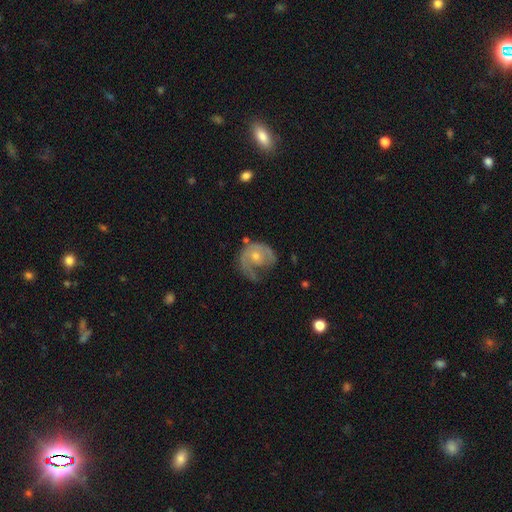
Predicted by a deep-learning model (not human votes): Q: Smooth or featured?
A: featured or disk (72%); runner-up: smooth (21%)
Q: Edge-on disk?
A: no (97%); runner-up: yes (3%)
Q: Bar?
A: no (79%); runner-up: weak (18%)
Q: Spiral arms?
A: yes (78%); runner-up: no (22%)
Q: Spiral winding?
A: tight (45%); runner-up: medium (34%)
Q: Spiral arm count?
A: 1 (58%); runner-up: 2 (19%)
Q: Bulge size?
A: small (52%); runner-up: moderate (43%)
Q: Merging?
A: none (40%); runner-up: major disturbance (34%)